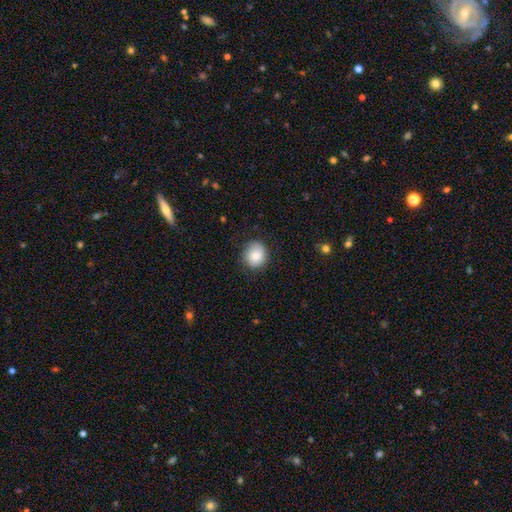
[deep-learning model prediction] Smooth or featured?
  - smooth: 83% *
  - featured or disk: 9%
  - star or artifact: 8%
How rounded?
  - round: 82% *
  - in between: 17%
  - cigar-shaped: 1%
Merging?
  - none: 81% *
  - minor disturbance: 15%
  - major disturbance: 3%
  - merger: 1%